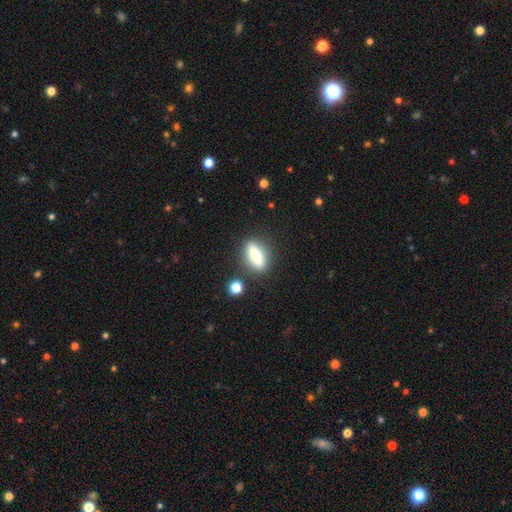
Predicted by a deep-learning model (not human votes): This appears to be a smooth galaxy with no disk features (69%) that is cigar-shaped (52%). Merging: none (84%).